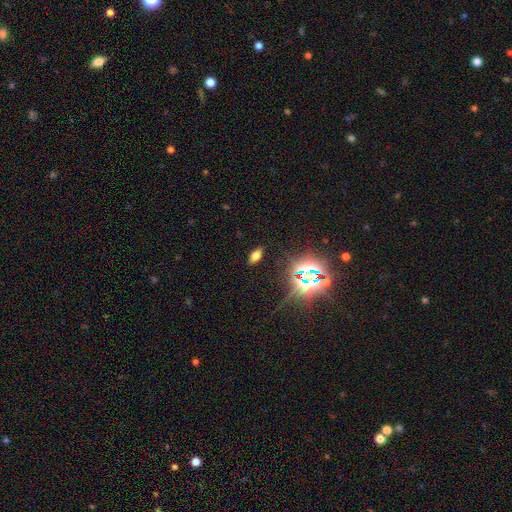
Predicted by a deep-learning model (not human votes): Q: Smooth or featured?
A: smooth (60%); runner-up: star or artifact (29%)
Q: How rounded?
A: in between (87%); runner-up: cigar-shaped (8%)
Q: Merging?
A: none (87%); runner-up: minor disturbance (8%)